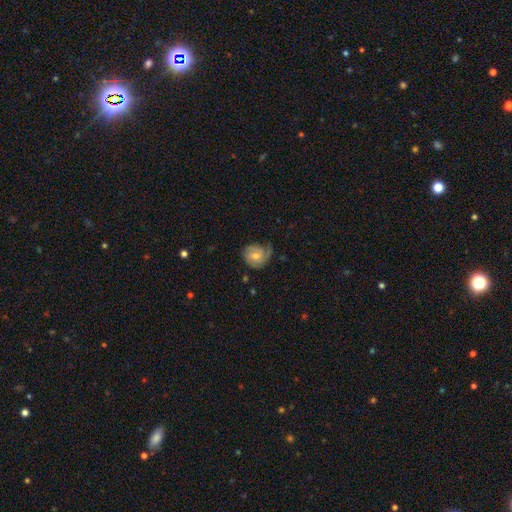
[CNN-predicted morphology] smooth-or-featured: featured or disk: 64% | smooth: 29% | star or artifact: 7%
  disk-edge-on: no: 97% | yes: 3%
    bar: no: 66% | weak: 29% | strong: 5%
    has-spiral-arms: yes: 90% | no: 10%
      spiral-winding: tight: 58% | medium: 30% | loose: 12%
      spiral-arm-count: 2: 36% | 1: 26% | can't tell: 23% | 3: 10% | 4: 3% | more than 4: 2%
    bulge-size: moderate: 54% | small: 41% | large: 2% | none: 2% | dominant: 1%
  merging: none: 59% | minor disturbance: 27% | major disturbance: 12% | merger: 2%